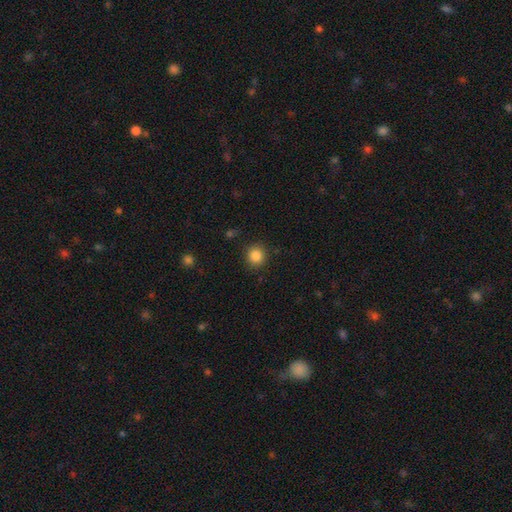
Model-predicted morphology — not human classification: A smooth galaxy with no disk features (86%) that is round (90%).

Vote fractions:
- Smooth or featured? smooth: 86% / star or artifact: 10% / featured or disk: 4%
- How rounded? round: 90% / in between: 9% / cigar-shaped: 1%
- Merging? none: 89% / minor disturbance: 7% / major disturbance: 3% / merger: 1%